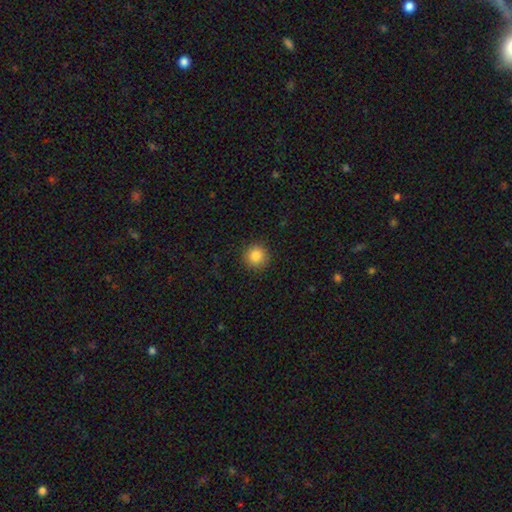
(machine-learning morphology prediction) This is clearly a smooth galaxy (86%). How rounded: clearly round (94%). Merging: clearly none (90%).